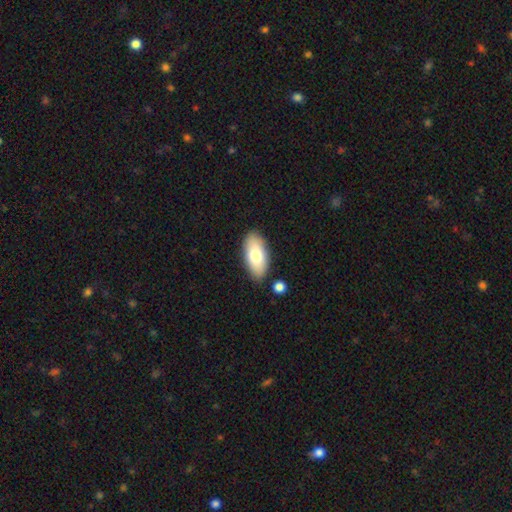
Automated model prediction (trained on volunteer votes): Smooth or featured? smooth (77%)
How rounded? in between (90%)
Merging? none (83%)